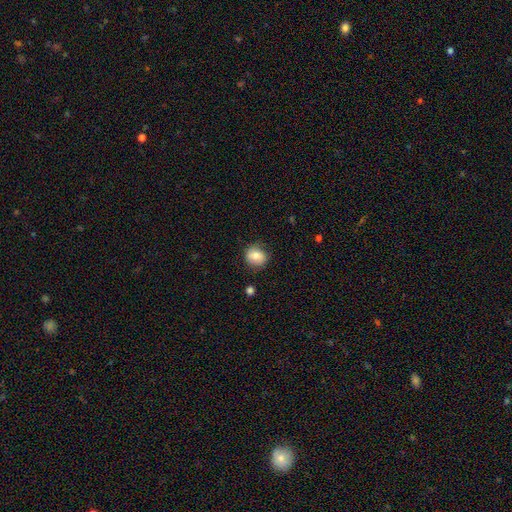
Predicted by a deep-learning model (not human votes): smooth_or_featured: smooth (p=0.77) [alt: featured or disk p=0.14]
how_rounded: round (p=0.75) [alt: in between p=0.24]
merging: none (p=0.80) [alt: minor disturbance p=0.15]